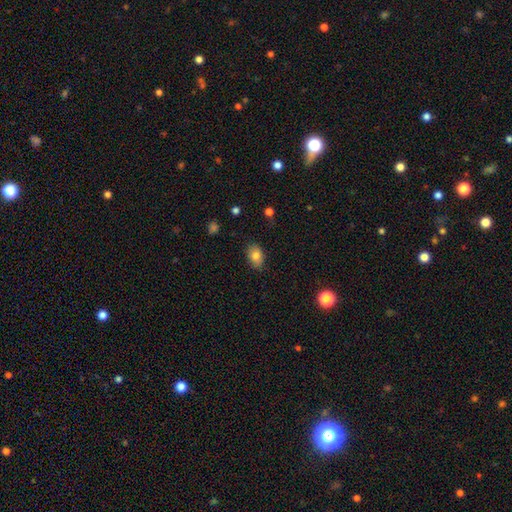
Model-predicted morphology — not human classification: This is clearly a smooth galaxy (82%). How rounded: clearly in between (83%). Merging: clearly none (85%).